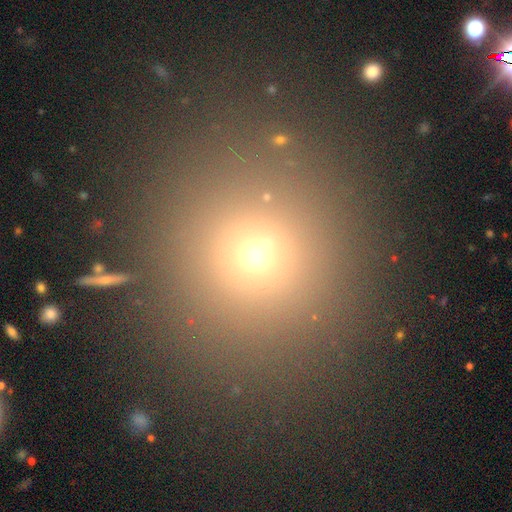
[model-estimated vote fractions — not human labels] smooth-or-featured: smooth: 63% | star or artifact: 28% | featured or disk: 9%
  how-rounded: round: 89% | in between: 9% | cigar-shaped: 1%
  merging: none: 86% | minor disturbance: 7% | major disturbance: 4% | merger: 3%